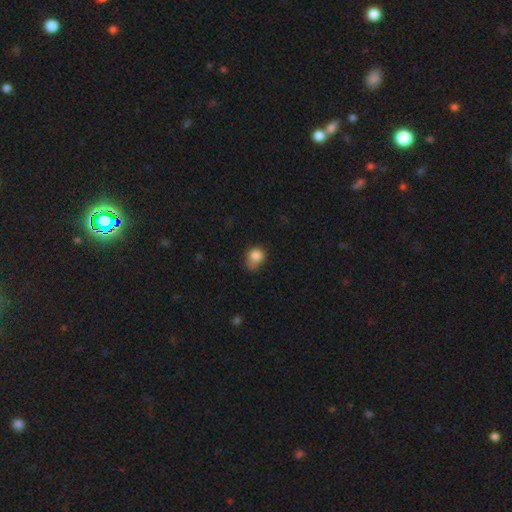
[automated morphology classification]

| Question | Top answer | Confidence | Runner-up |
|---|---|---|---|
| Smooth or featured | smooth | 83% | star or artifact (10%) |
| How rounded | round | 69% | in between (30%) |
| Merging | minor disturbance | 41% | none (40%) |